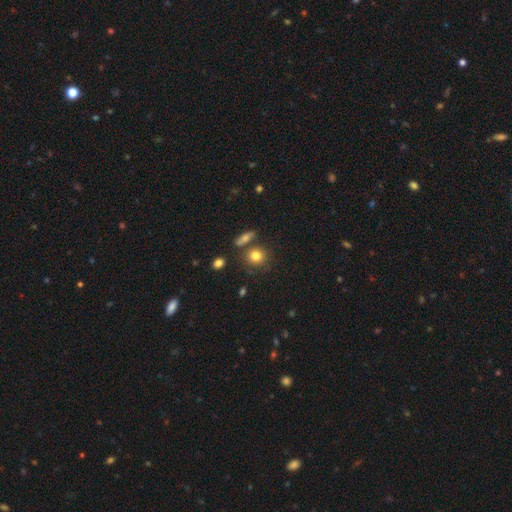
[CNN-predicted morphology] This appears to be a smooth galaxy with no disk features (81%) that is round (78%). Merging: none (71%).